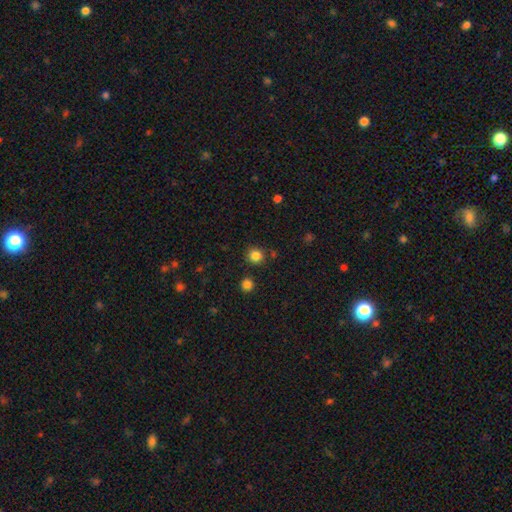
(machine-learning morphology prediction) Smooth or featured? smooth (83%)
How rounded? round (88%)
Merging? none (85%)